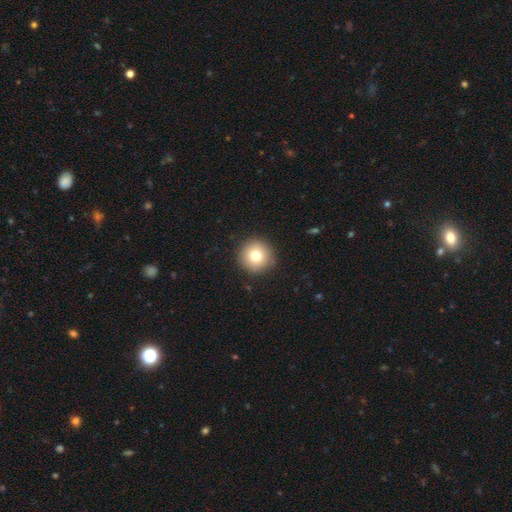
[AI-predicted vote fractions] Morphology: type=smooth (77%); roundness=round (96%); merging=none (91%).